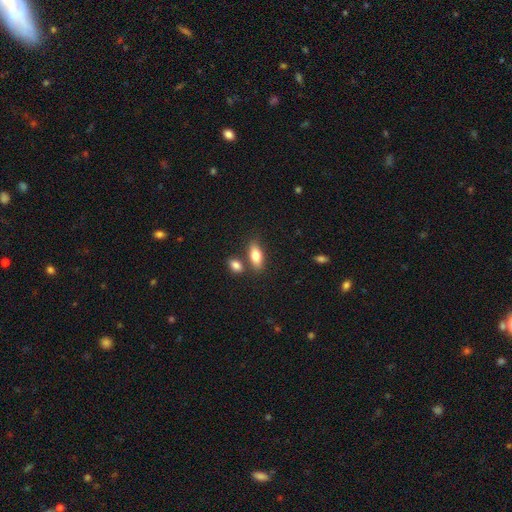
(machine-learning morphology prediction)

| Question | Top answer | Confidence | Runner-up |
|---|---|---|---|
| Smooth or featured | smooth | 78% | featured or disk (15%) |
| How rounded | in between | 80% | cigar-shaped (16%) |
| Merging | none | 69% | merger (17%) |